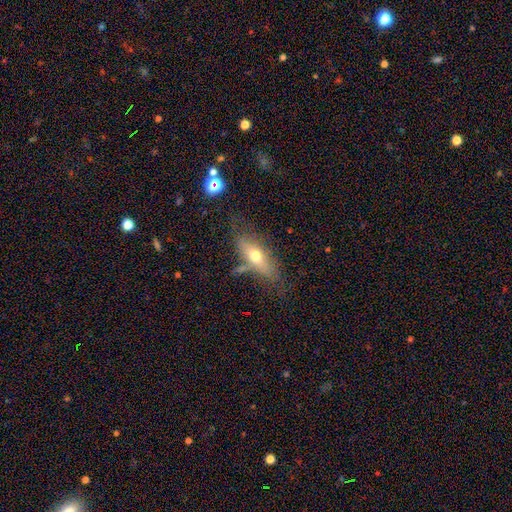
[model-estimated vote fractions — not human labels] Overall: smooth (57%; featured or disk 35%). How rounded: in between (69%). Merging: none (60%; minor disturbance 21%).